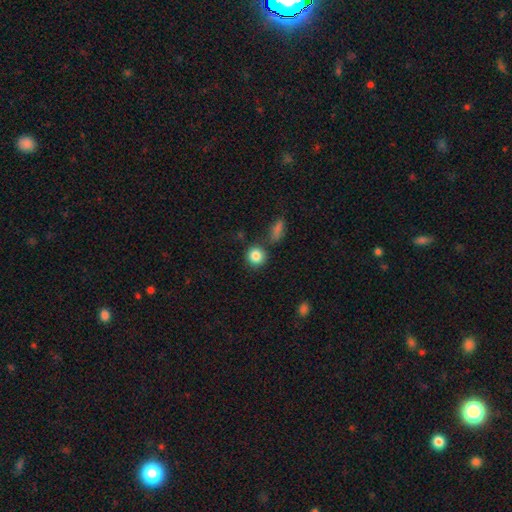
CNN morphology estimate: Smooth or featured: smooth — 86% (star or artifact — 9%)
How rounded: round — 88% (in between — 11%)
Merging: none — 75% (minor disturbance — 11%)